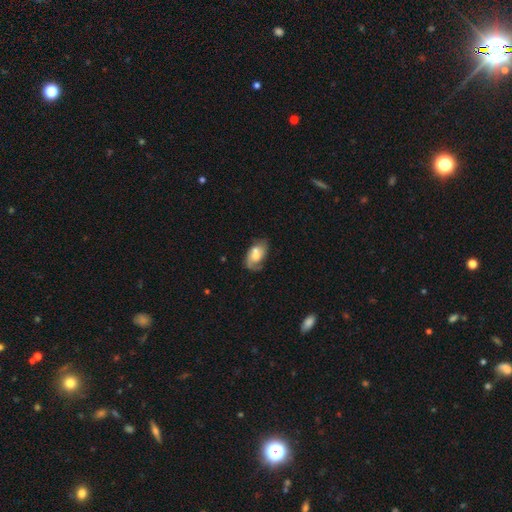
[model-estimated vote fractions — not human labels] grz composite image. It shows a featured or disk galaxy (56%) with no bar (61%), spiral arms (77%) and a moderate central bulge (42%). Merging: none (43%).